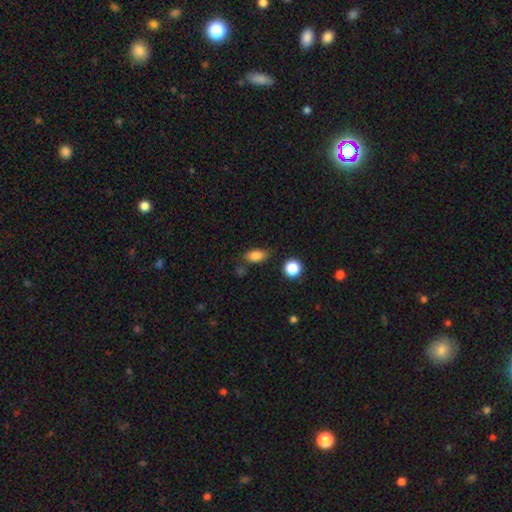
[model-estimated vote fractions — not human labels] Q: Smooth or featured?
A: smooth (85%); runner-up: star or artifact (10%)
Q: How rounded?
A: in between (85%); runner-up: round (11%)
Q: Merging?
A: none (77%); runner-up: minor disturbance (15%)